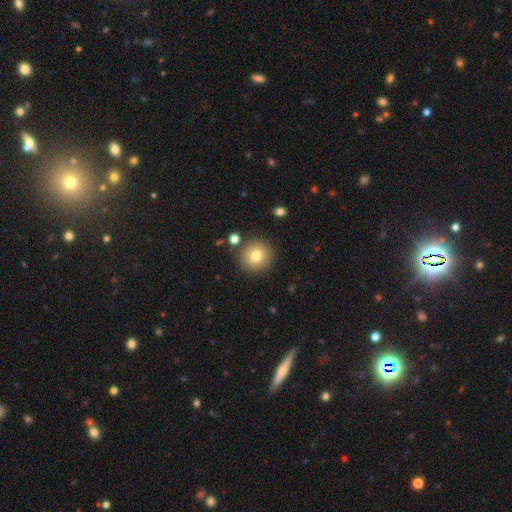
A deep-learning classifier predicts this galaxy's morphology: smooth-or-featured: smooth: 78% | featured or disk: 12% | star or artifact: 11%
  how-rounded: round: 91% | in between: 8% | cigar-shaped: 1%
  merging: none: 86% | minor disturbance: 7% | merger: 4% | major disturbance: 3%